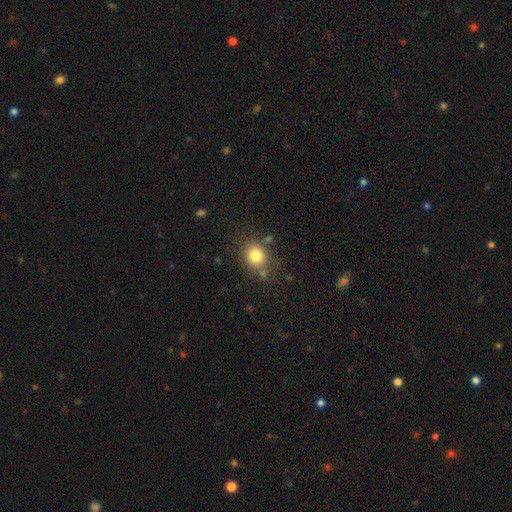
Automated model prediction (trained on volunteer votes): Smooth or featured: smooth — 81% (star or artifact — 11%)
How rounded: round — 70% (in between — 29%)
Merging: none — 74% (minor disturbance — 14%)